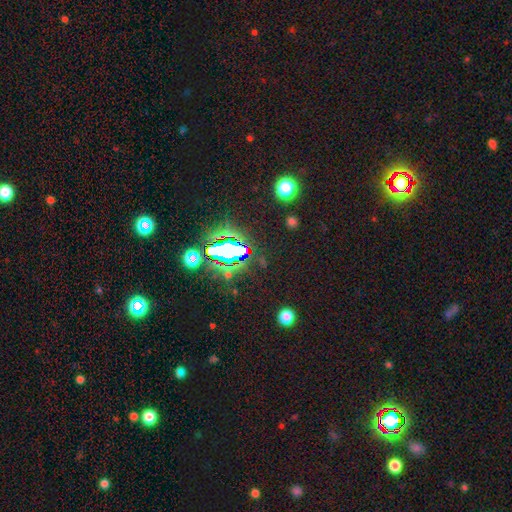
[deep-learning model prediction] A star or artifact, not a galaxy (78%).